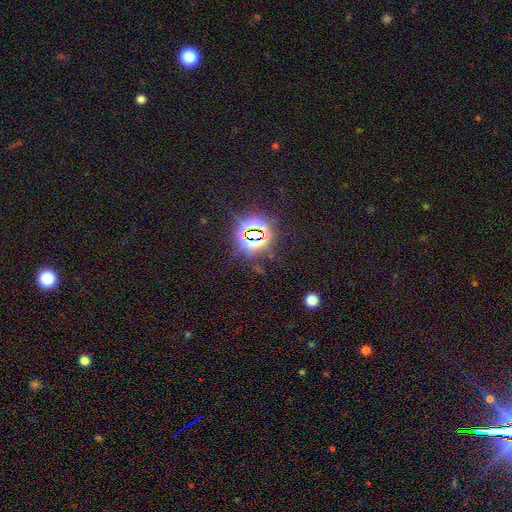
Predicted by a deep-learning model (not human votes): Smooth or featured? Predicted: star or artifact (p=0.81).